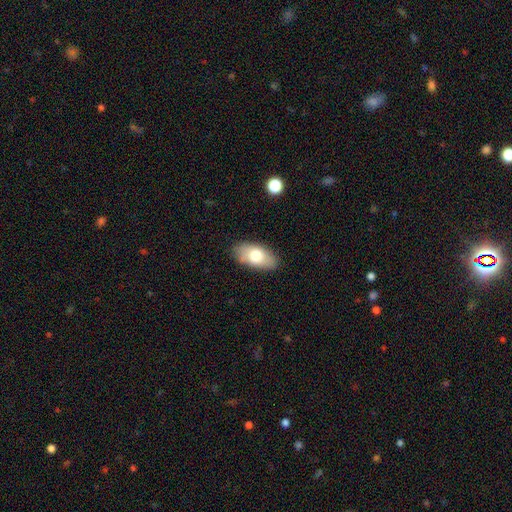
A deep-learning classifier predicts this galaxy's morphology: Smooth or featured? Predicted: smooth (p=0.72). How rounded? Predicted: in between (p=0.92). Merging? Predicted: none (p=0.84).